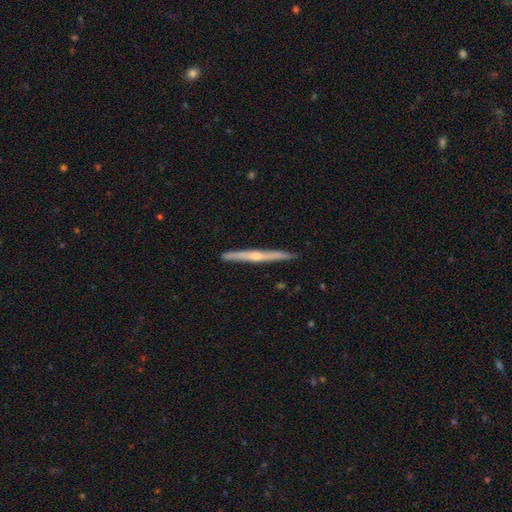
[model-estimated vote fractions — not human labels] smooth_or_featured: featured or disk (p=0.70) [alt: smooth p=0.24]
disk_edge_on: yes (p=0.98) [alt: no p=0.02]
edge_on_bulge: rounded (p=0.70) [alt: none p=0.25]
merging: none (p=0.91) [alt: minor disturbance p=0.07]